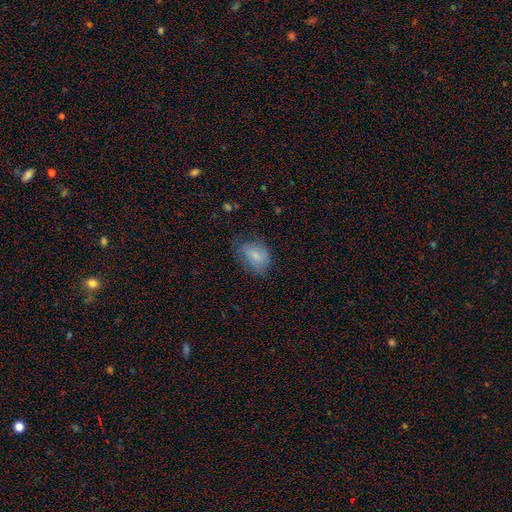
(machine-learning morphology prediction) type=smooth (74%); roundness=in between (79%); merging=none (57%).